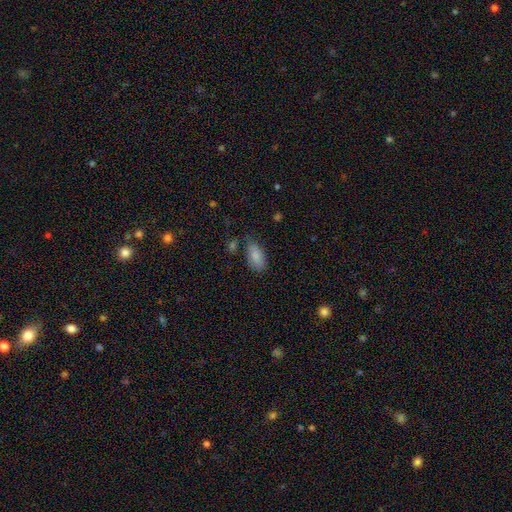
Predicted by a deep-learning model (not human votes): Smooth or featured? Predicted: smooth (p=0.85). How rounded? Predicted: in between (p=0.91). Merging? Predicted: none (p=0.65).